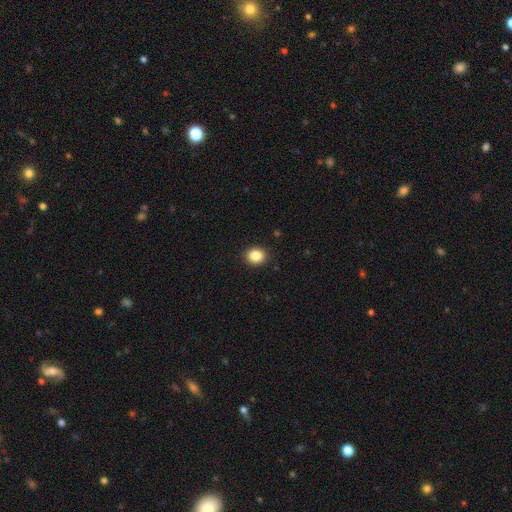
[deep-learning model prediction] Smooth or featured? Predicted: smooth (p=0.87). How rounded? Predicted: round (p=0.73). Merging? Predicted: none (p=0.91).